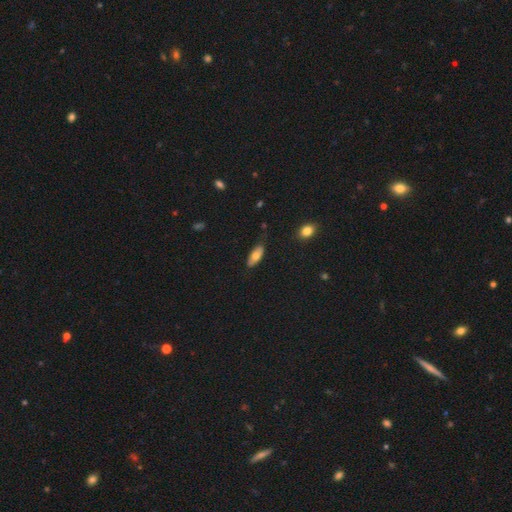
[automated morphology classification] Smooth or featured?
  - smooth: 70% *
  - featured or disk: 23%
  - star or artifact: 7%
How rounded?
  - in between: 81% *
  - cigar-shaped: 16%
  - round: 3%
Merging?
  - none: 75% *
  - minor disturbance: 20%
  - major disturbance: 4%
  - merger: 2%